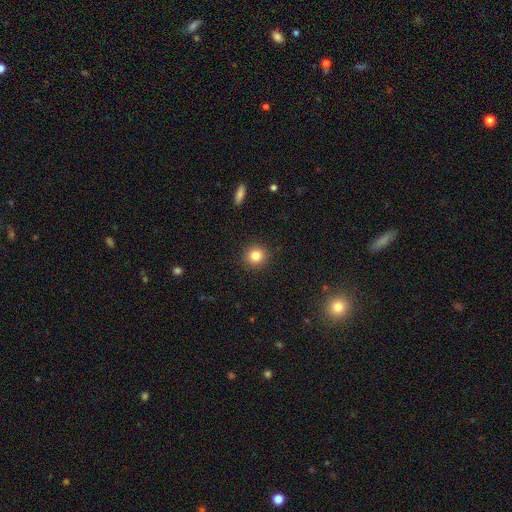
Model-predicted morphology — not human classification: Smooth or featured: smooth — 83% (star or artifact — 11%)
How rounded: round — 92% (in between — 7%)
Merging: none — 92% (minor disturbance — 5%)